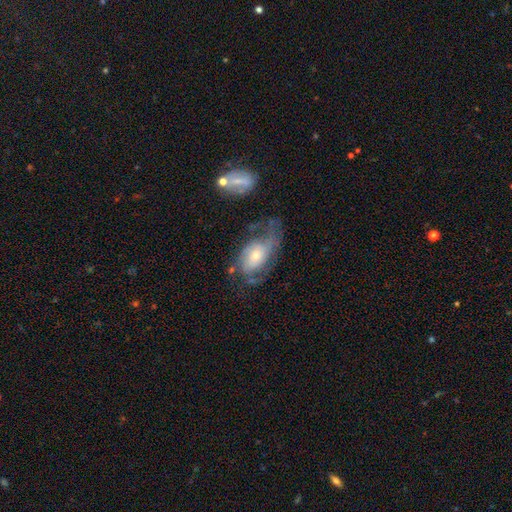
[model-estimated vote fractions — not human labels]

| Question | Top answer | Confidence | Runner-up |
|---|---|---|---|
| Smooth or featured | featured or disk | 67% | smooth (26%) |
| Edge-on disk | no | 94% | yes (6%) |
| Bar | no | 67% | weak (26%) |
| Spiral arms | yes | 84% | no (16%) |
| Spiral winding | medium | 41% | tight (30%) |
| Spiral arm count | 2 | 51% | can't tell (26%) |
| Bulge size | moderate | 47% | small (41%) |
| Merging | none | 38% | major disturbance (32%) |